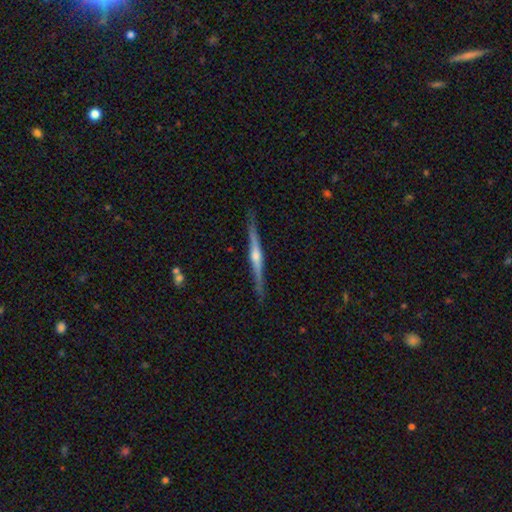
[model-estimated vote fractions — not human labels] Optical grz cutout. It shows a featured or disk galaxy (84%) viewed edge-on (99%) with a rounded central bulge (87%). Merging: none (90%).